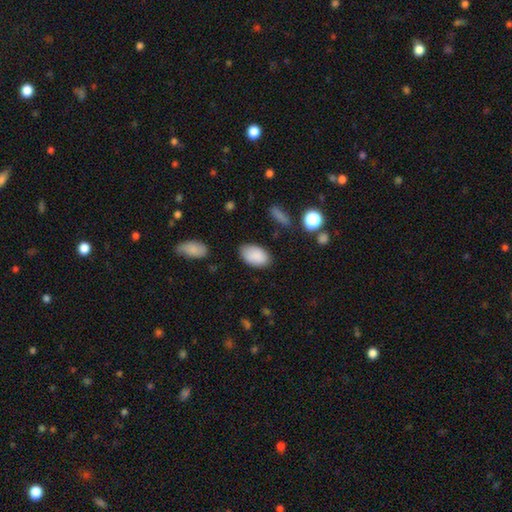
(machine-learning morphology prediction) This is clearly a smooth galaxy (88%). How rounded: clearly in between (93%). Merging: clearly none (80%).